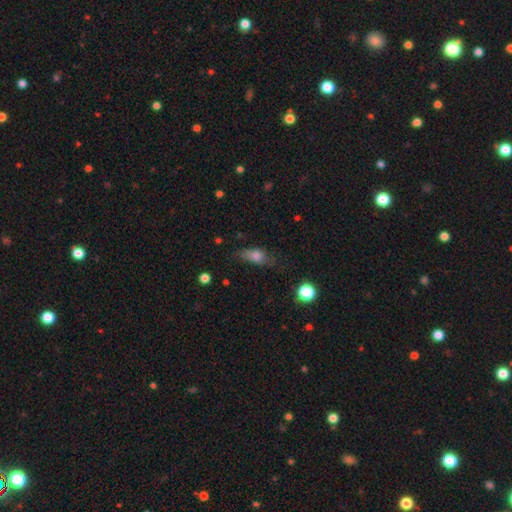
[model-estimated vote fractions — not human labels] smooth_or_featured: smooth (p=0.71) [alt: featured or disk p=0.18]
how_rounded: in between (p=0.72) [alt: cigar-shaped p=0.18]
merging: none (p=0.51) [alt: minor disturbance p=0.31]